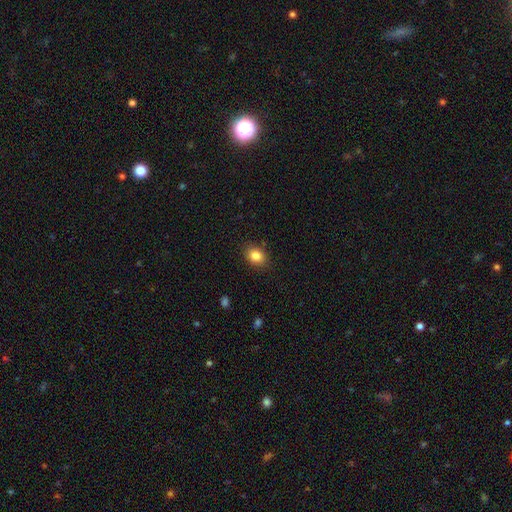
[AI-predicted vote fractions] smooth 85%, star or artifact 9%, featured or disk 6%. Down the decision tree: how rounded — in between (63%); merging — none (87%).